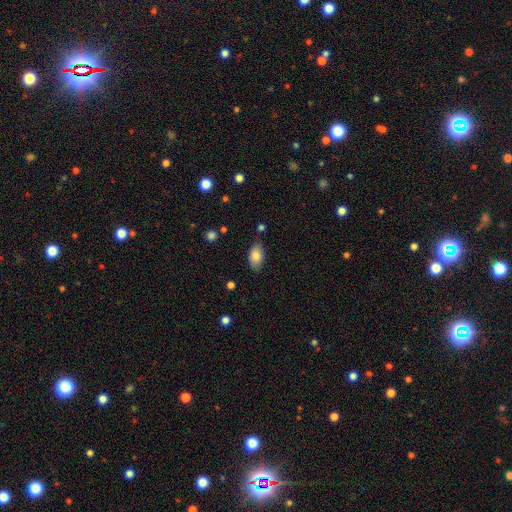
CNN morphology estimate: Overall: smooth (82%). How rounded: in between (92%). Merging: none (79%).